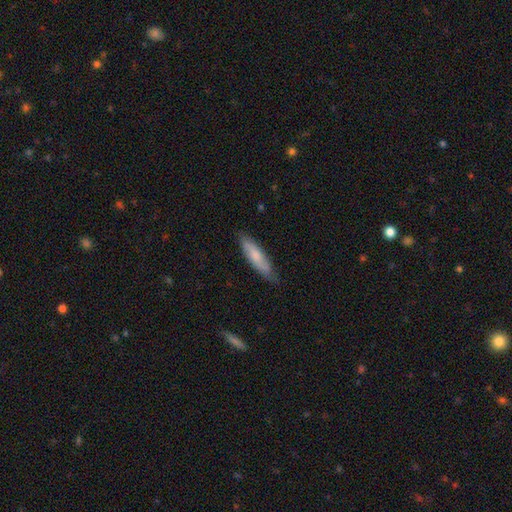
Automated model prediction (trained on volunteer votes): smooth-or-featured: smooth: 68% | featured or disk: 27% | star or artifact: 6%
  how-rounded: cigar-shaped: 70% | in between: 29% | round: 1%
  merging: none: 76% | minor disturbance: 20% | major disturbance: 3% | merger: 1%